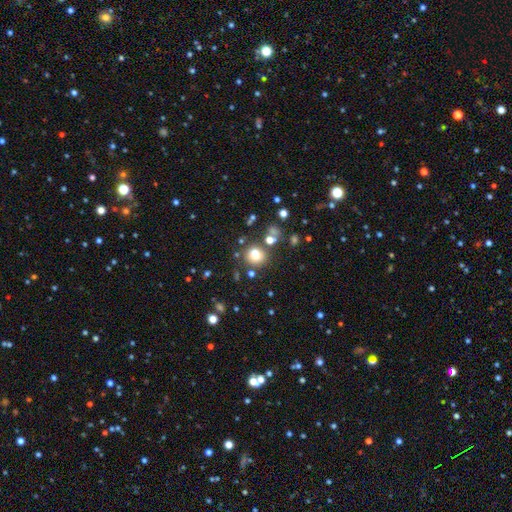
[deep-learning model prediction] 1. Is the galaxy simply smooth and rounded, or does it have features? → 69% smooth, 20% star or artifact, 12% featured or disk.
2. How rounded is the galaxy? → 71% round, 28% in between, 1% cigar-shaped.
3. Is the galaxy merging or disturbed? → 69% none, 14% merger, 12% minor disturbance, 5% major disturbance.